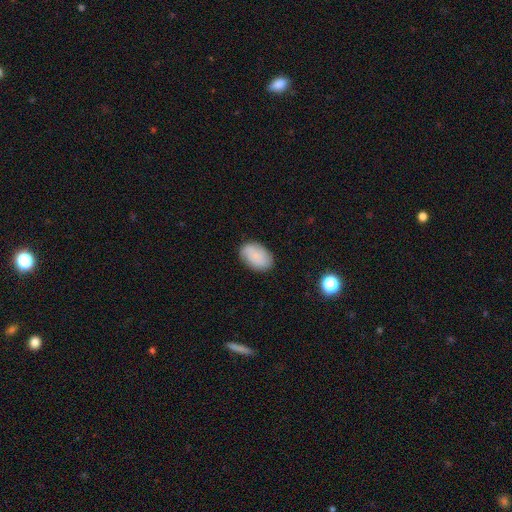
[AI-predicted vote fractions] This is likely a smooth galaxy (73%). How rounded: clearly in between (88%). Merging: clearly none (80%).